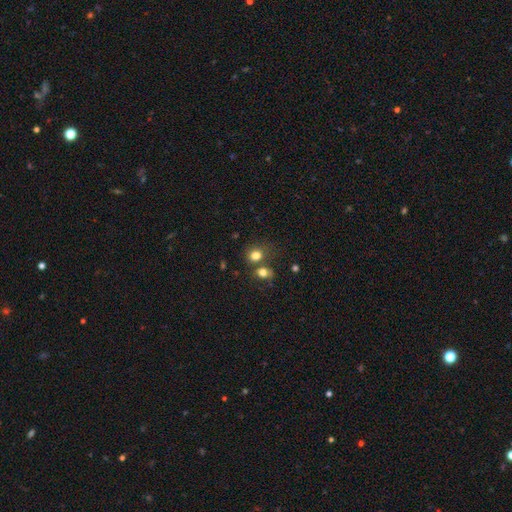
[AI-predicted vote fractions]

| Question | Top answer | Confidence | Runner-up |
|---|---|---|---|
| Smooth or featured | smooth | 79% | star or artifact (14%) |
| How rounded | round | 65% | in between (34%) |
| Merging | none | 53% | merger (29%) |